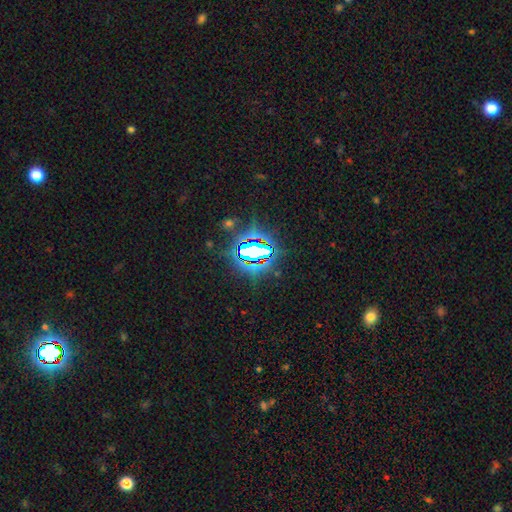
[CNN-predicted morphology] This appears to be a star or artifact, not a galaxy (74%).